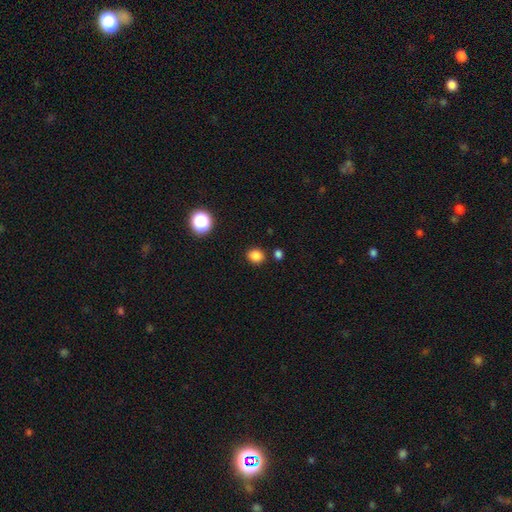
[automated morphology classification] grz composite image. It shows a smooth galaxy with no disk features (84%) that is round (66%). Merging: none (84%).